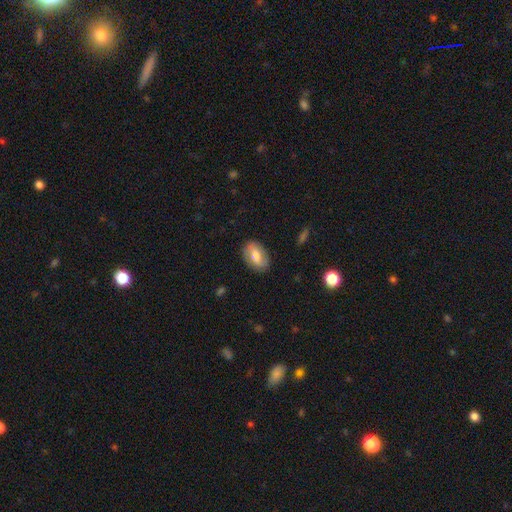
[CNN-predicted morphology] The model was most divided on "smooth or featured": smooth: 58%, featured or disk: 35%, star or artifact: 7%. More confident: how rounded — in between (88%); merging — none (82%).